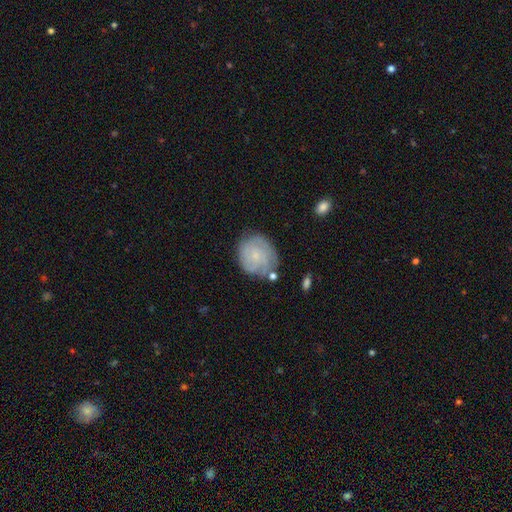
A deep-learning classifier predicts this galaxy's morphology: Overall: featured or disk (62%; smooth 31%). Edge-on disk: no (98%). Bar: no (75%). Spiral arms: yes (90%). Spiral arm count: can't tell (37%; 3 23%). Spiral winding: tight (68%). Bulge size: small (70%). Merging: none (72%).